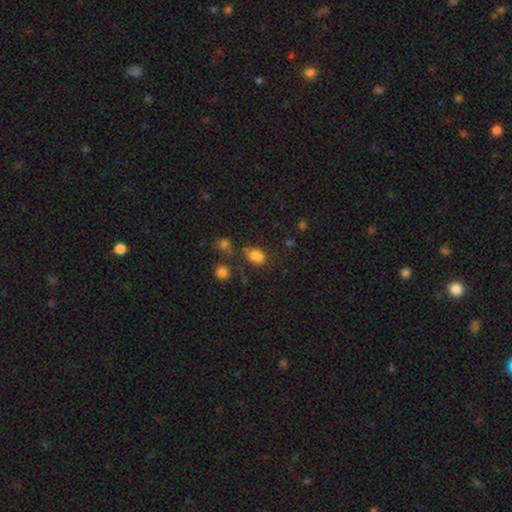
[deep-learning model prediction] Q: Smooth or featured?
A: smooth (77%); runner-up: star or artifact (16%)
Q: How rounded?
A: in between (75%); runner-up: round (23%)
Q: Merging?
A: none (55%); runner-up: minor disturbance (21%)